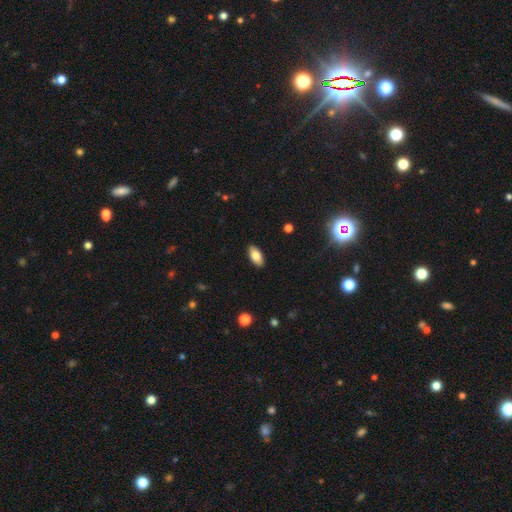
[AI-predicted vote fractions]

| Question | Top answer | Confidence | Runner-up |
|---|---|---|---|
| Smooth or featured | smooth | 82% | featured or disk (11%) |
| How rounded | in between | 92% | cigar-shaped (6%) |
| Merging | none | 89% | minor disturbance (8%) |